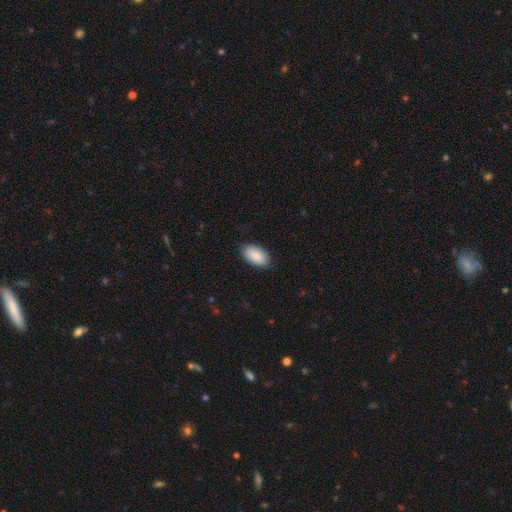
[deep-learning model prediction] Smooth or featured? smooth (89%)
How rounded? in between (95%)
Merging? none (84%)